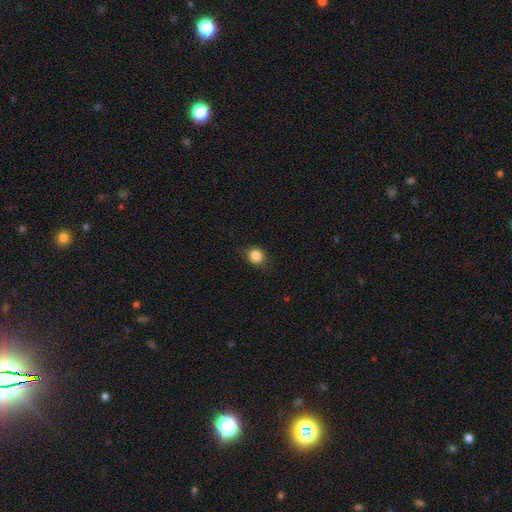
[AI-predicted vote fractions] smooth 85%, star or artifact 10%, featured or disk 5%. Down the decision tree: how rounded — round (75%); merging — none (84%).